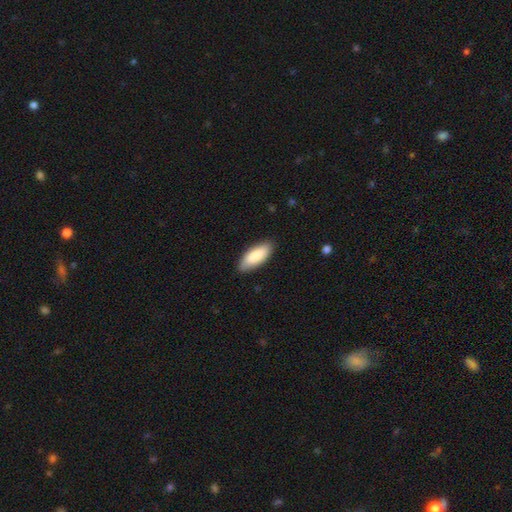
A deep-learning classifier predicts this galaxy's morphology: smooth-or-featured: smooth: 85% | featured or disk: 10% | star or artifact: 5%
  how-rounded: in between: 79% | cigar-shaped: 19% | round: 2%
  merging: none: 86% | minor disturbance: 11% | major disturbance: 2% | merger: 1%